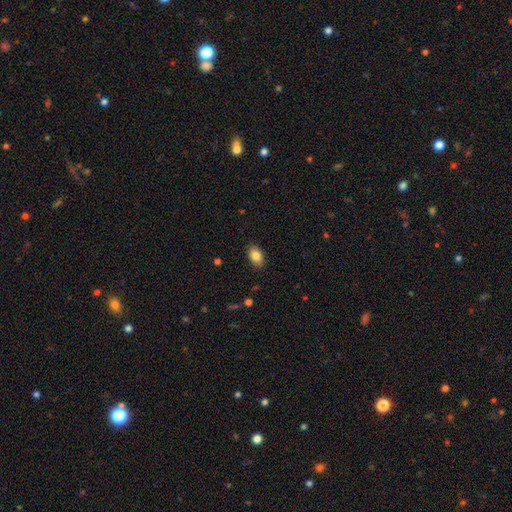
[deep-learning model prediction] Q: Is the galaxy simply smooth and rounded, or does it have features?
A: smooth — 84%.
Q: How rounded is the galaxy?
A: in between — 87%.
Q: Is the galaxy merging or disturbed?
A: none — 87%.